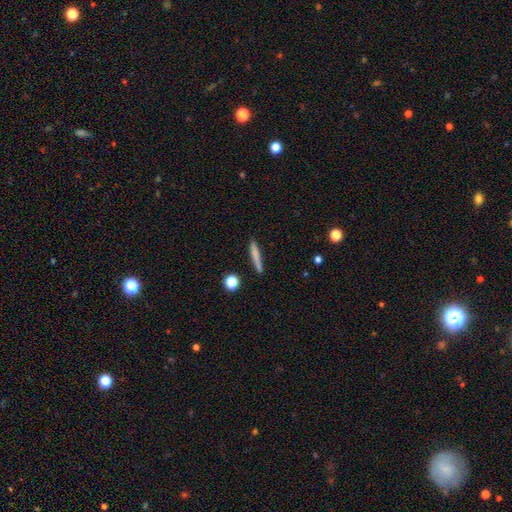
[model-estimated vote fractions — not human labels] Smooth or featured?
  - smooth: 73% *
  - featured or disk: 20%
  - star or artifact: 8%
How rounded?
  - cigar-shaped: 93% *
  - in between: 5%
  - round: 2%
Merging?
  - none: 83% *
  - minor disturbance: 11%
  - merger: 4%
  - major disturbance: 2%